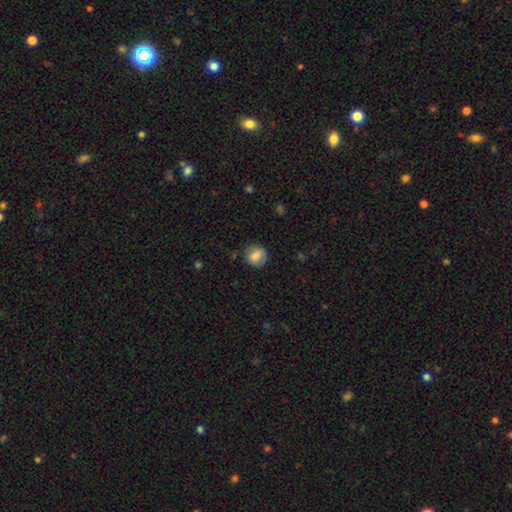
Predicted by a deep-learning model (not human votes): Smooth or featured? Predicted: smooth (p=0.79). How rounded? Predicted: round (p=0.85). Merging? Predicted: none (p=0.82).